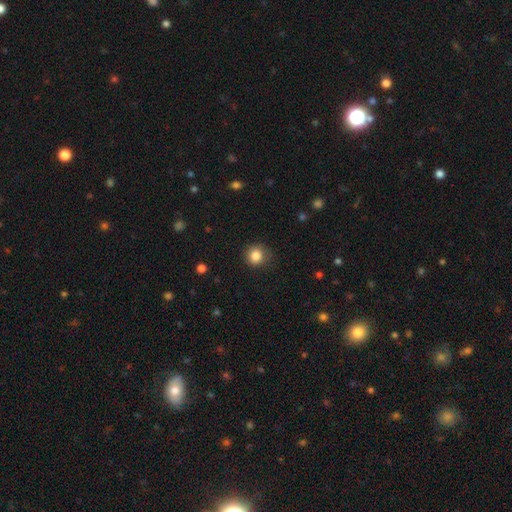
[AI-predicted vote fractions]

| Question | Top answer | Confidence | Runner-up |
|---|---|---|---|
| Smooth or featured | smooth | 85% | star or artifact (11%) |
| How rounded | round | 90% | in between (9%) |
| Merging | none | 82% | minor disturbance (13%) |